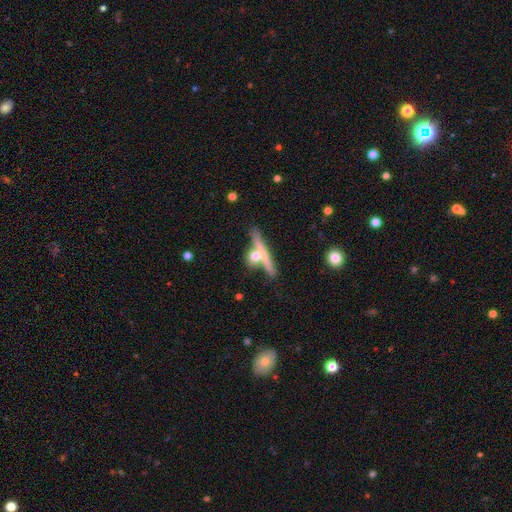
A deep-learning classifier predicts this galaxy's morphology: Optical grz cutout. It shows a smooth galaxy with no disk features (53%) that is cigar-shaped (61%). Merging: none (52%).